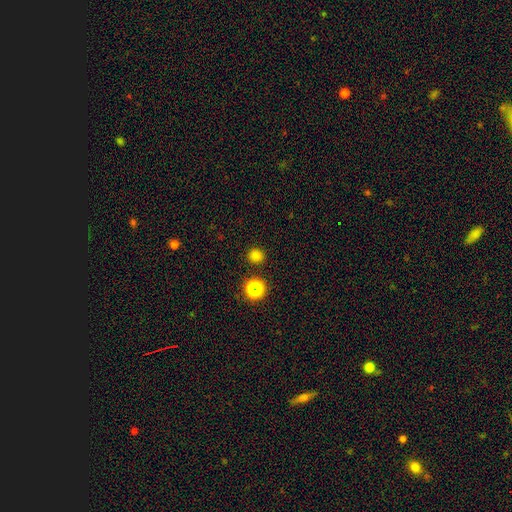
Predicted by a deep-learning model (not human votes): smooth_or_featured: smooth (p=0.77) [alt: star or artifact p=0.19]
how_rounded: round (p=0.92) [alt: in between p=0.07]
merging: none (p=0.90) [alt: minor disturbance p=0.06]